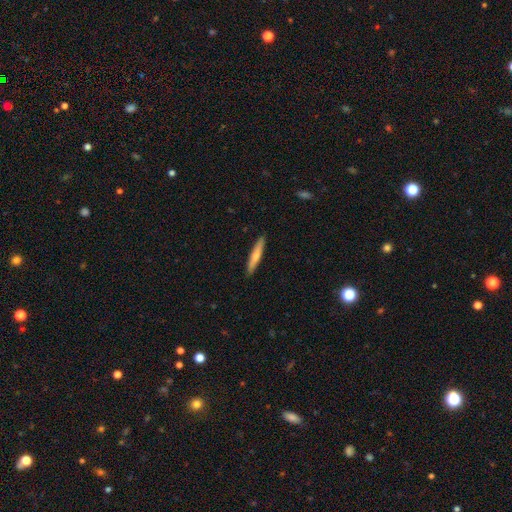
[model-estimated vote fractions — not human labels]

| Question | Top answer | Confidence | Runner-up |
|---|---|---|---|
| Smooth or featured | smooth | 60% | featured or disk (35%) |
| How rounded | cigar-shaped | 93% | in between (6%) |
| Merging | none | 91% | minor disturbance (7%) |